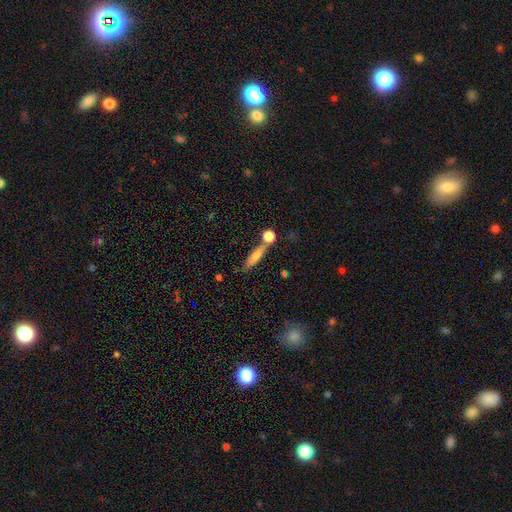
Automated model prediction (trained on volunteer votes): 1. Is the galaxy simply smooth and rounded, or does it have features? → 58% smooth, 33% featured or disk, 9% star or artifact.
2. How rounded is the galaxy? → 80% cigar-shaped, 15% in between, 4% round.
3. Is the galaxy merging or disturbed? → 69% none, 16% merger, 12% minor disturbance, 4% major disturbance.